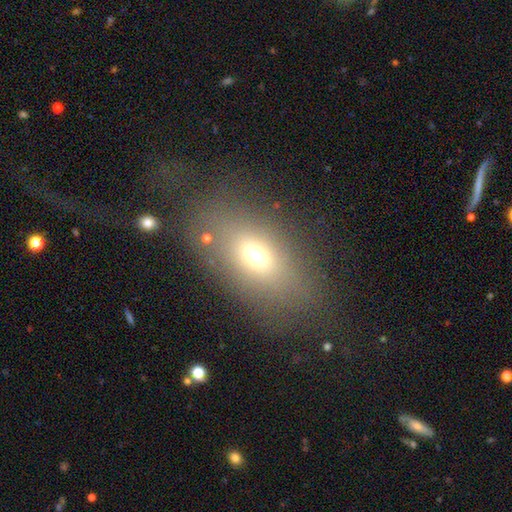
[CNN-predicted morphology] A smooth galaxy with no disk features (64%) that is in between round and cigar-shaped (76%). Merging: none (72%).